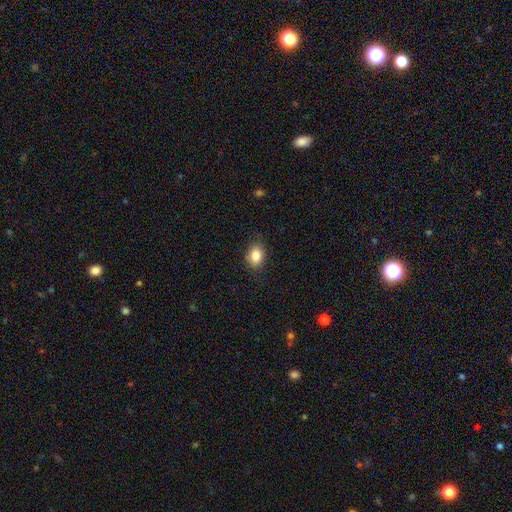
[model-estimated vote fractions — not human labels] Smooth or featured: smooth — 84% (star or artifact — 9%)
How rounded: in between — 60% (round — 39%)
Merging: none — 82% (minor disturbance — 14%)